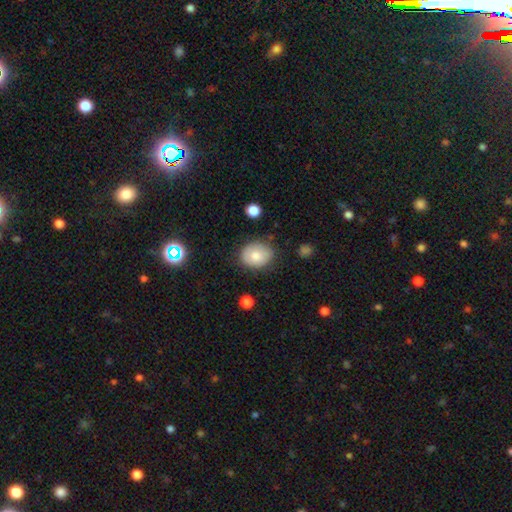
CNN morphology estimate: Smooth or featured?
  - smooth: 78% *
  - featured or disk: 14%
  - star or artifact: 8%
How rounded?
  - round: 52% *
  - in between: 48%
  - cigar-shaped: 1%
Merging?
  - none: 76% *
  - minor disturbance: 18%
  - major disturbance: 4%
  - merger: 2%